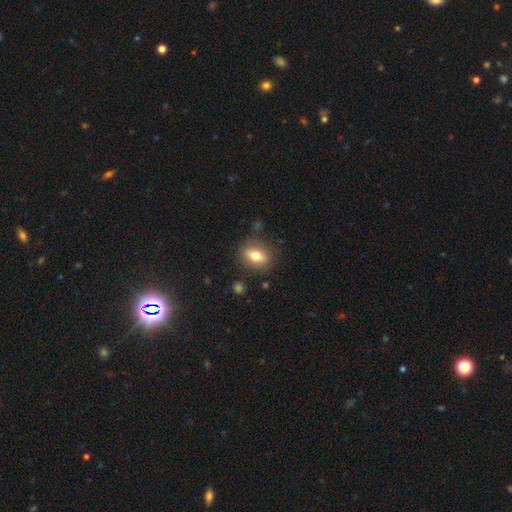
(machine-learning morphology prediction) smooth-or-featured: smooth: 74% | featured or disk: 18% | star or artifact: 8%
  how-rounded: in between: 70% | round: 26% | cigar-shaped: 4%
  merging: none: 82% | minor disturbance: 12% | major disturbance: 4% | merger: 2%